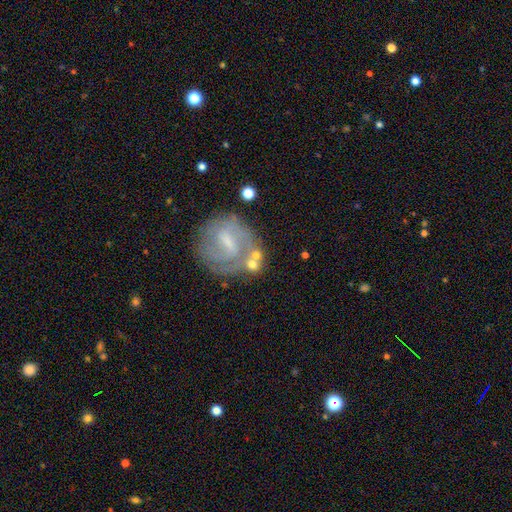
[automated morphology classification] This is possibly a featured or disk galaxy (55%). It is clearly not viewed edge-on (96%). Bar: possibly weak (45%). Spiral arm pattern: likely yes (70%). Central bulge: marginally small (38%). Merging: possibly none (57%).